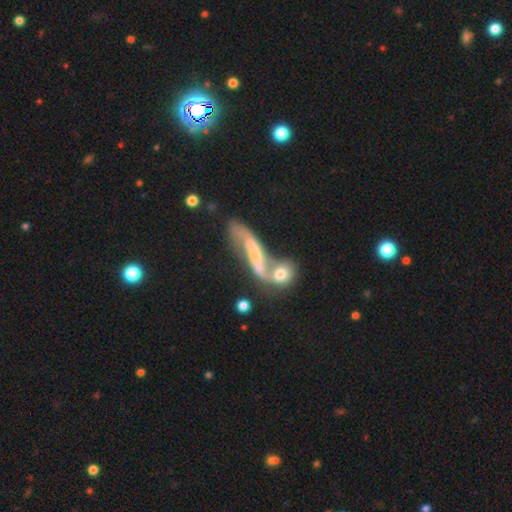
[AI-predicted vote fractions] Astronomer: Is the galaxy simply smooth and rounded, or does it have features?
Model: featured or disk — 65%.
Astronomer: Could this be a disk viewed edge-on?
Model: no — 73%.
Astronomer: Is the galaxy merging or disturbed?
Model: merger — 49%.